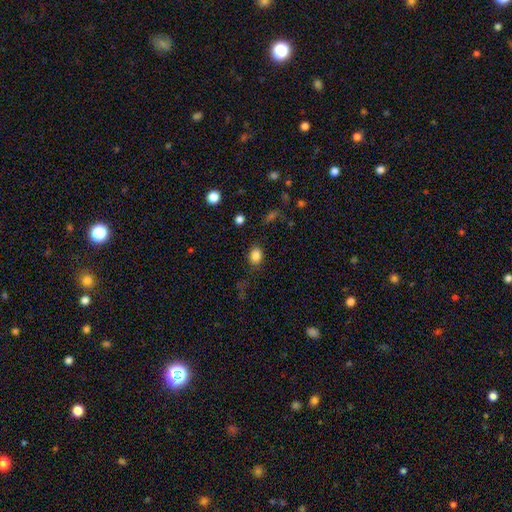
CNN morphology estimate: Smooth or featured: smooth — 84% (star or artifact — 11%)
How rounded: in between — 61% (round — 38%)
Merging: none — 79% (minor disturbance — 14%)